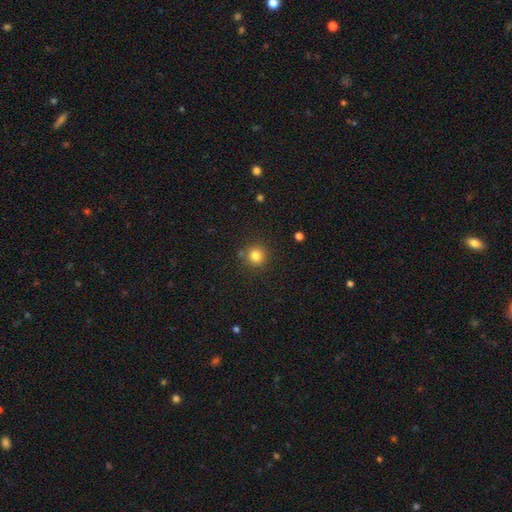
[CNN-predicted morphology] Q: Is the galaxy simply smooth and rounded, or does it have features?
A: smooth — 81%.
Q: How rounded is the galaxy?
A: round — 94%.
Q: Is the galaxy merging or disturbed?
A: none — 85%.